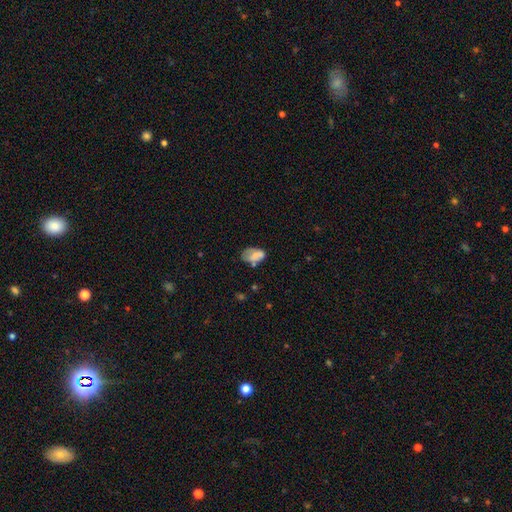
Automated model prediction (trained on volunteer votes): smooth 66%, featured or disk 25%, star or artifact 10%. Down the decision tree: how rounded — in between (87%); merging — none (42%).